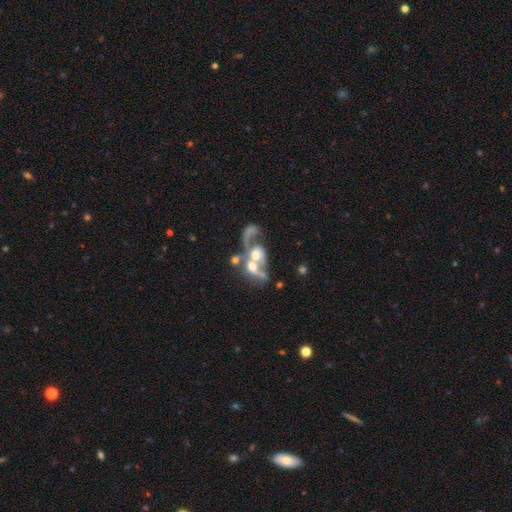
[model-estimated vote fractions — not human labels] Smooth or featured? featured or disk (57%)
Edge-on disk? no (95%)
Bar? no (81%)
Spiral arms? no (61%)
Bulge size? moderate (41%)
Merging? merger (68%)